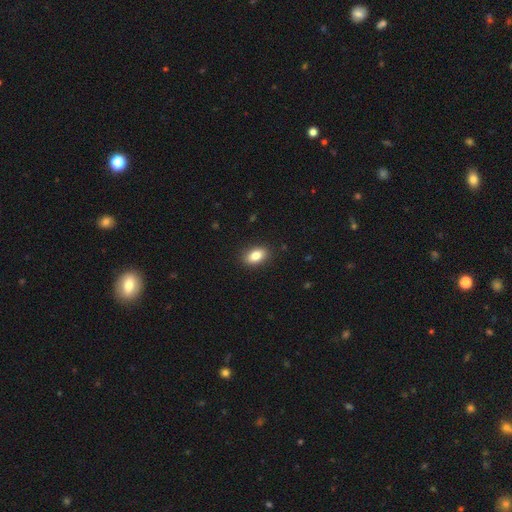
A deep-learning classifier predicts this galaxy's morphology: Smooth or featured? smooth (83%)
How rounded? in between (87%)
Merging? none (89%)